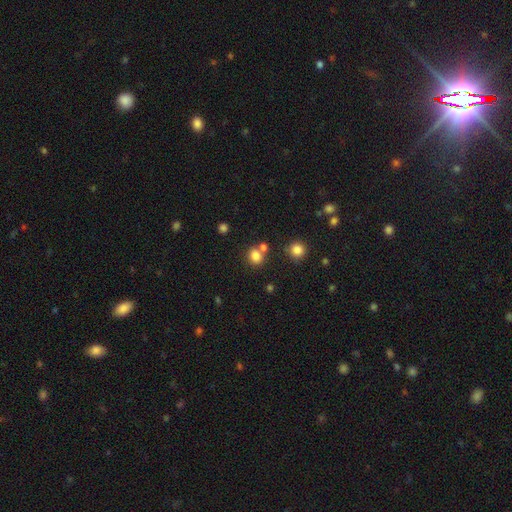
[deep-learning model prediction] Smooth or featured?
  - smooth: 80% *
  - star or artifact: 14%
  - featured or disk: 6%
How rounded?
  - round: 67% *
  - in between: 32%
  - cigar-shaped: 1%
Merging?
  - none: 65% *
  - merger: 21%
  - minor disturbance: 10%
  - major disturbance: 4%